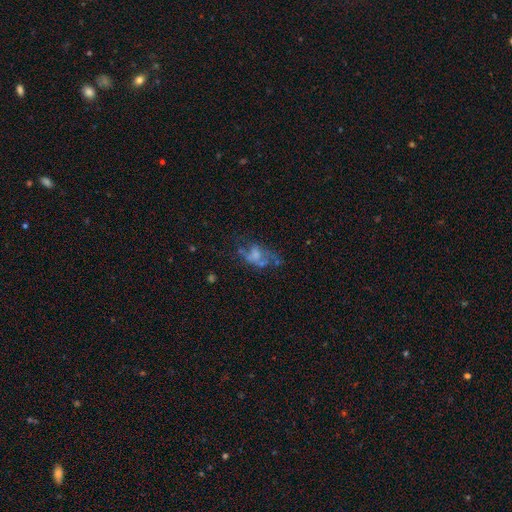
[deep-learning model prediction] A featured or disk galaxy (51%).

Vote fractions:
- Smooth or featured? featured or disk: 51% / smooth: 35% / star or artifact: 14%
- Edge-on disk? no: 96% / yes: 4%
- Merging? none: 35% / major disturbance: 33% / minor disturbance: 20% / merger: 12%